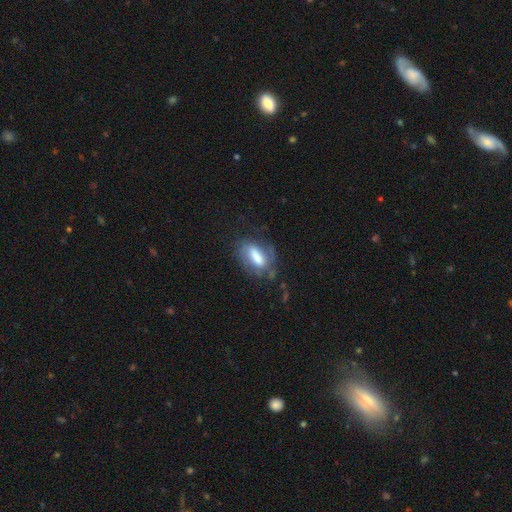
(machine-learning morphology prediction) A smooth galaxy with no disk features (49%). Merging: none (55%).